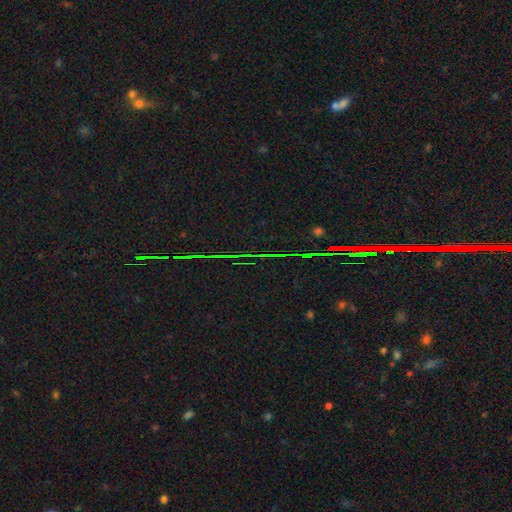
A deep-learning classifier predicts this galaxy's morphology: type=star or artifact (81%).